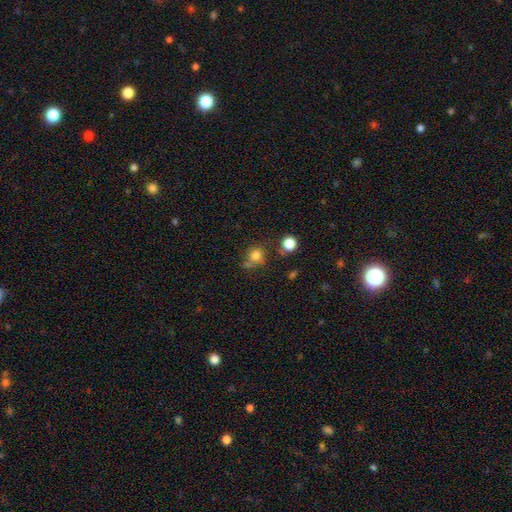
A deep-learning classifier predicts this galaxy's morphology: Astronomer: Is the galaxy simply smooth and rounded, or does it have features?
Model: smooth — 78%.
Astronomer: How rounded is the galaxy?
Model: round — 79%.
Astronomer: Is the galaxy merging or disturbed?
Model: none — 58%.